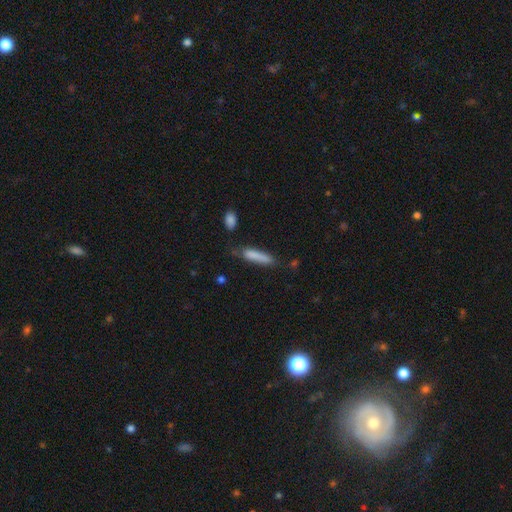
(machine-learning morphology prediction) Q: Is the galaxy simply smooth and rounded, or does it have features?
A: smooth — 83%.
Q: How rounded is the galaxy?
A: cigar-shaped — 83%.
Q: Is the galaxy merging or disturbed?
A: none — 66%.